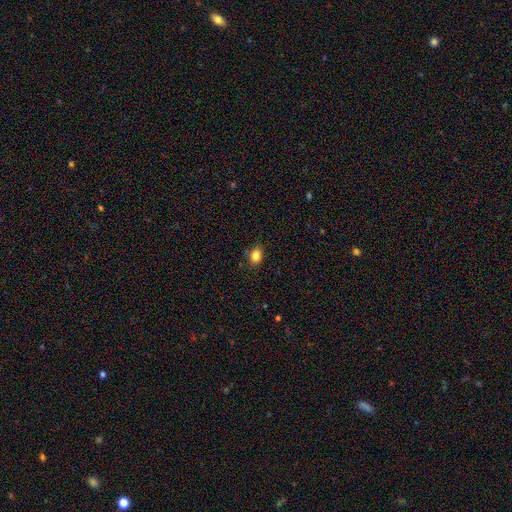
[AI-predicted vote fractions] Q: Smooth or featured?
A: smooth (84%); runner-up: star or artifact (10%)
Q: How rounded?
A: in between (64%); runner-up: round (35%)
Q: Merging?
A: none (82%); runner-up: minor disturbance (14%)